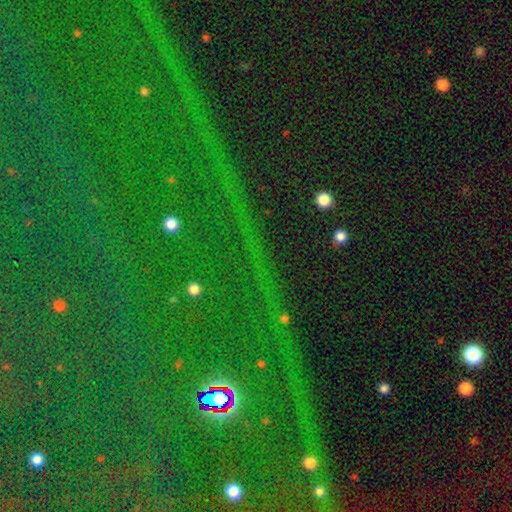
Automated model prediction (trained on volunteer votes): The model was most divided on "smooth or featured": star or artifact: 85%, featured or disk: 7%, smooth: 7%.